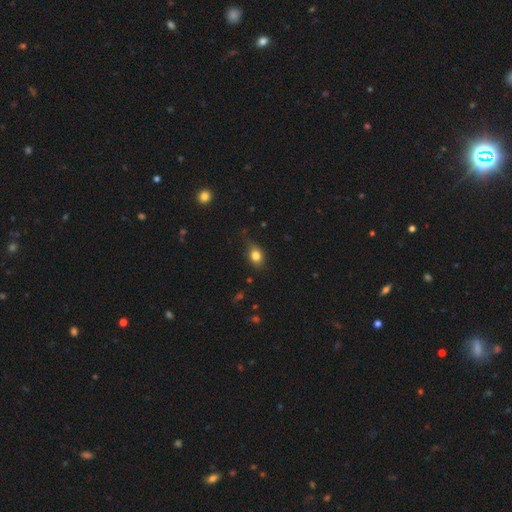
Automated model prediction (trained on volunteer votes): Smooth or featured? Predicted: smooth (p=0.80). How rounded? Predicted: in between (p=0.66). Merging? Predicted: none (p=0.70).